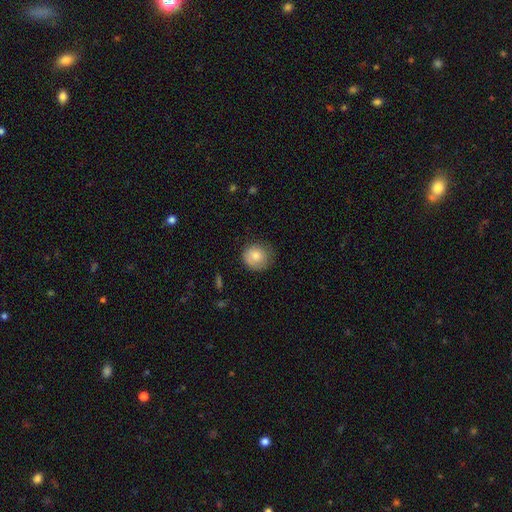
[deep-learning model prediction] Morphology: type=smooth (78%); roundness=round (86%); merging=none (71%).